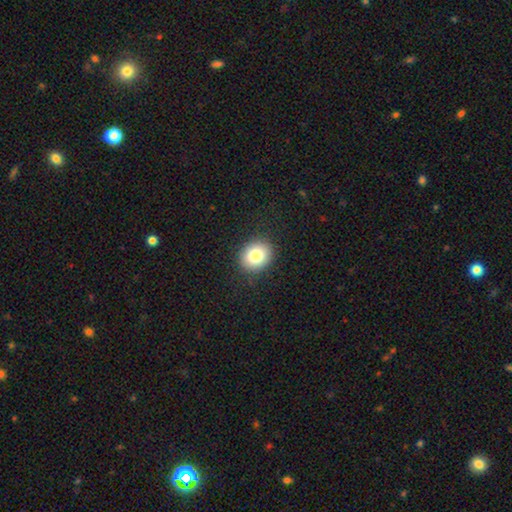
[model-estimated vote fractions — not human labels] A smooth galaxy with no disk features (81%) that is round (61%). Merging: none (88%).